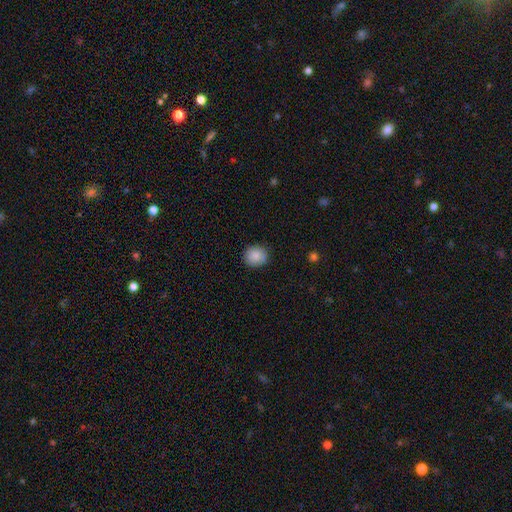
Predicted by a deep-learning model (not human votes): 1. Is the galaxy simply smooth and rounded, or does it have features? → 87% smooth, 8% star or artifact, 5% featured or disk.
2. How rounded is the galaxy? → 80% round, 19% in between, 1% cigar-shaped.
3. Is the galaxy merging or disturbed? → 88% none, 9% minor disturbance, 2% major disturbance, 1% merger.